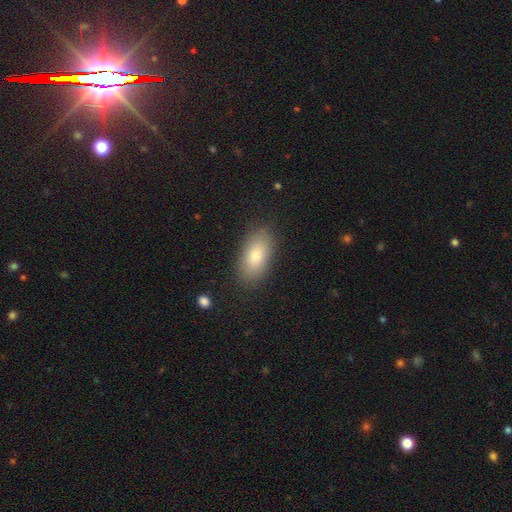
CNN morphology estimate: Smooth or featured? smooth (76%)
How rounded? in between (90%)
Merging? none (86%)